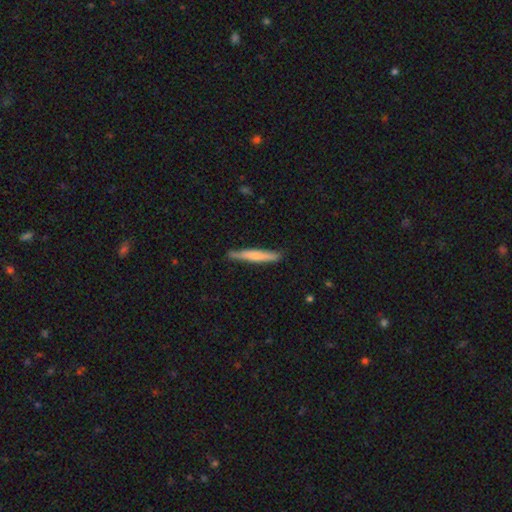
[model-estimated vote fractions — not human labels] smooth_or_featured: smooth (p=0.62) [alt: featured or disk p=0.32]
how_rounded: cigar-shaped (p=0.95) [alt: in between p=0.04]
merging: none (p=0.83) [alt: minor disturbance p=0.13]